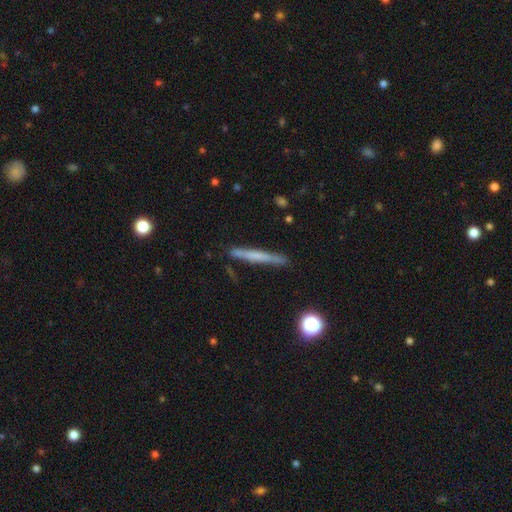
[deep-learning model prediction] A smooth galaxy with no disk features (51%) that is cigar-shaped (95%). Merging: none (86%).